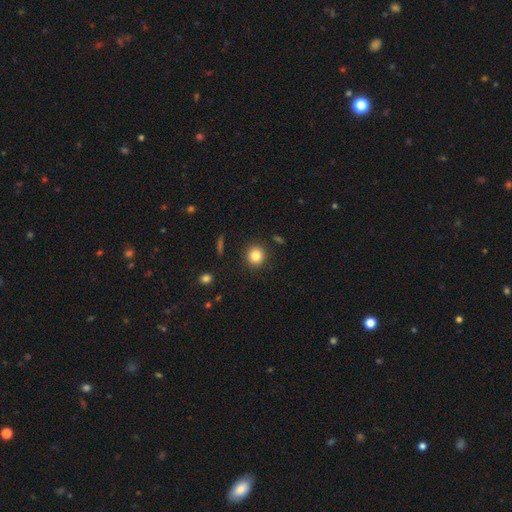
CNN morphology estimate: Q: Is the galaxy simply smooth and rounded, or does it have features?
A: smooth — 83%.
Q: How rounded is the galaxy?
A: round — 91%.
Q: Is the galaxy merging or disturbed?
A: none — 90%.